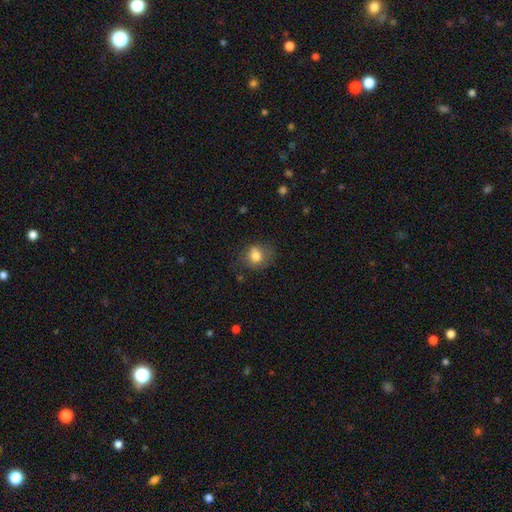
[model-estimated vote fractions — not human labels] Overall: smooth (77%). How rounded: round (63%; in between 37%). Merging: none (59%; minor disturbance 26%).